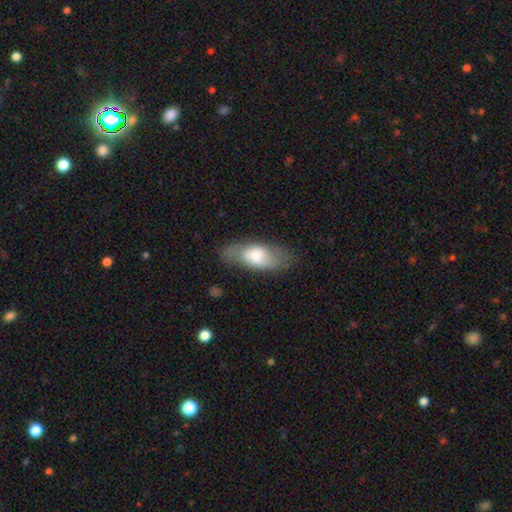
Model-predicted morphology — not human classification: This is likely a smooth galaxy (62%). How rounded: clearly in between (81%). Merging: likely none (74%).